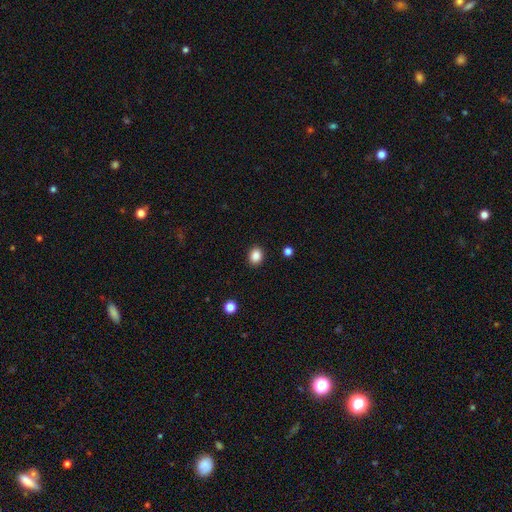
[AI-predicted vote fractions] Smooth or featured? Predicted: smooth (p=0.87). How rounded? Predicted: round (p=0.50). Merging? Predicted: none (p=0.91).